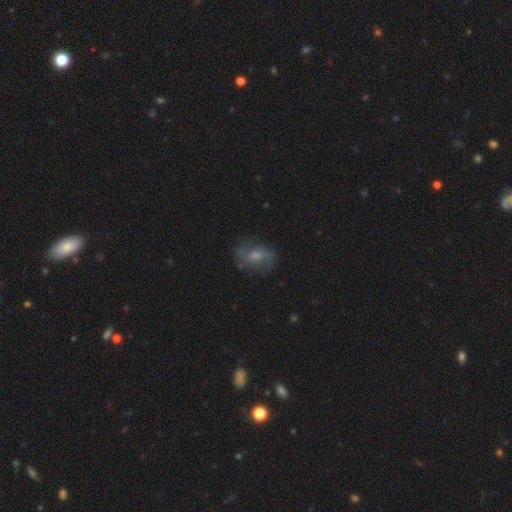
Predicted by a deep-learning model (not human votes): Smooth or featured? Predicted: smooth (p=0.45). Merging? Predicted: none (p=0.72).